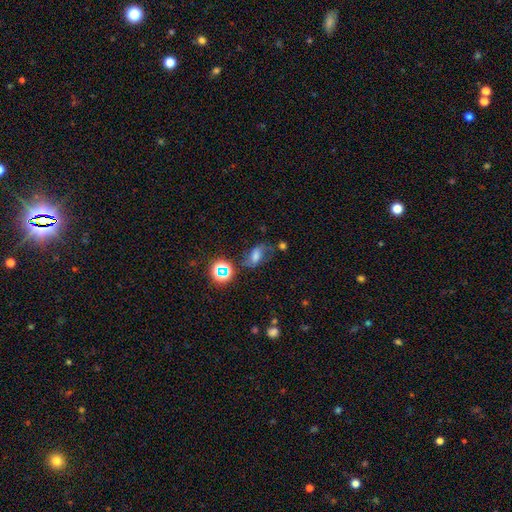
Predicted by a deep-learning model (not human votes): Smooth or featured?
  - featured or disk: 42% *
  - smooth: 34%
  - star or artifact: 25%
Merging?
  - none: 54% *
  - minor disturbance: 23%
  - major disturbance: 15%
  - merger: 8%